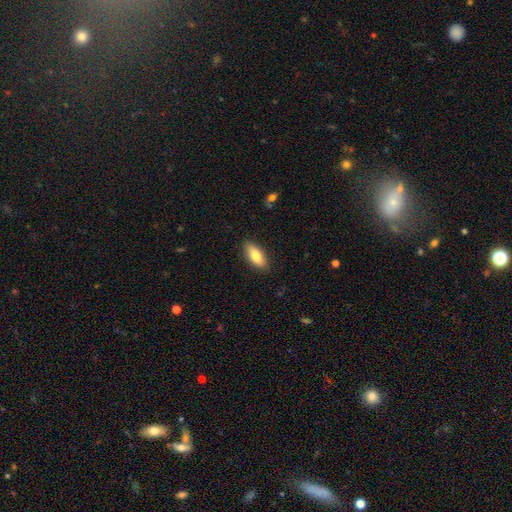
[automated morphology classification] A smooth galaxy with no disk features (80%) that is in between round and cigar-shaped (76%). Merging: none (86%).